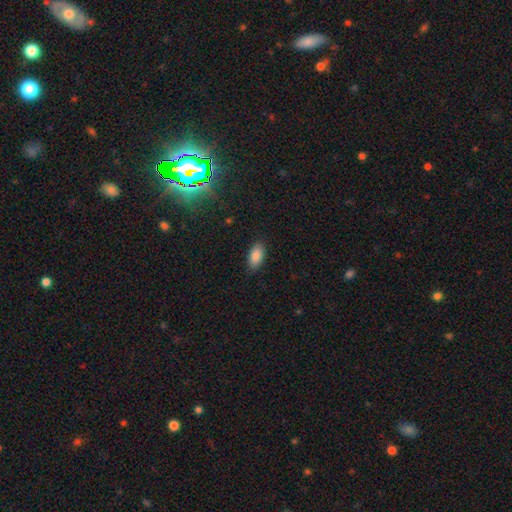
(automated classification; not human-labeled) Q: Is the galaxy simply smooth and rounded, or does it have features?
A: smooth — 87%.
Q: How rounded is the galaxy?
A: in between — 92%.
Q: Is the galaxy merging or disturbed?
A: none — 86%.